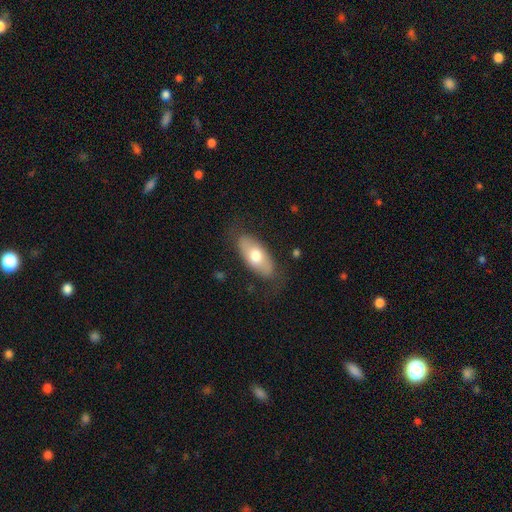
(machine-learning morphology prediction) Smooth or featured?
  - smooth: 64% *
  - featured or disk: 30%
  - star or artifact: 6%
How rounded?
  - in between: 87% *
  - cigar-shaped: 10%
  - round: 3%
Merging?
  - none: 76% *
  - minor disturbance: 17%
  - major disturbance: 6%
  - merger: 1%